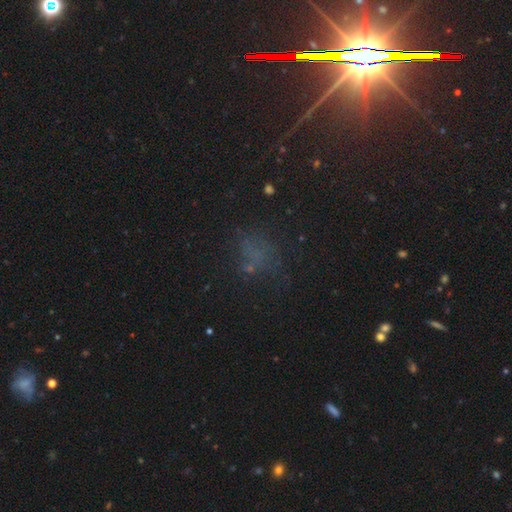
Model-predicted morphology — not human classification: smooth_or_featured: star or artifact (p=0.50) [alt: smooth p=0.31]